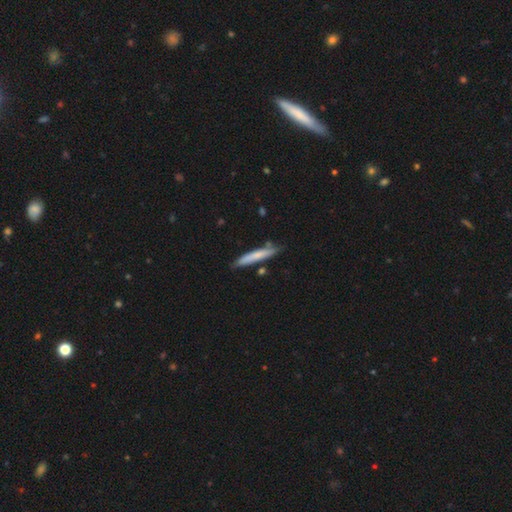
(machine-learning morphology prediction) Q: Smooth or featured?
A: smooth (70%); runner-up: featured or disk (24%)
Q: How rounded?
A: cigar-shaped (93%); runner-up: in between (6%)
Q: Merging?
A: none (78%); runner-up: minor disturbance (15%)